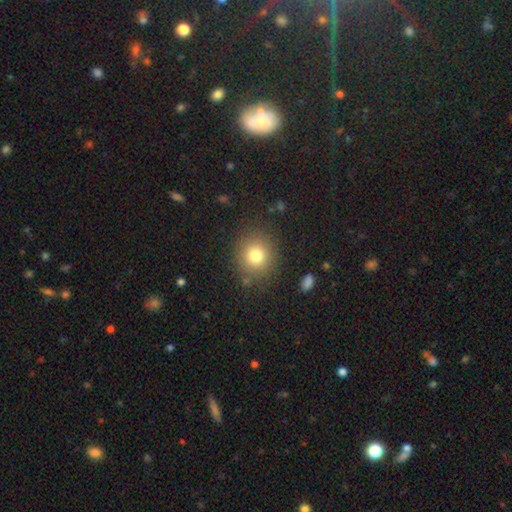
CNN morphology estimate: This appears to be a smooth galaxy with no disk features (78%) that is round (86%). Merging: none (85%).